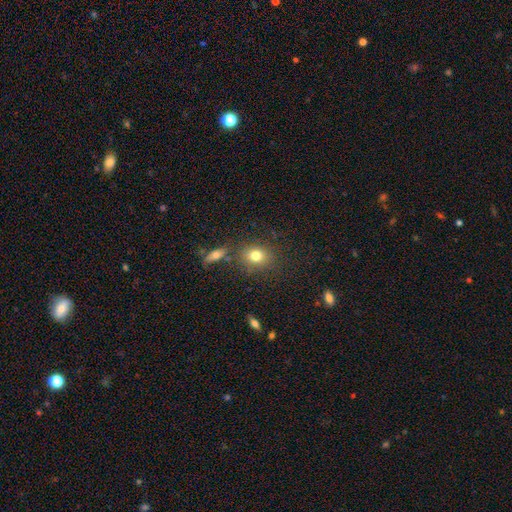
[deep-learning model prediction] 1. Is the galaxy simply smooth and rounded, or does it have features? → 79% smooth, 11% star or artifact, 10% featured or disk.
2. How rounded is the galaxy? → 54% round, 44% in between, 1% cigar-shaped.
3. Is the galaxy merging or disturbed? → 76% none, 12% minor disturbance, 8% merger, 4% major disturbance.